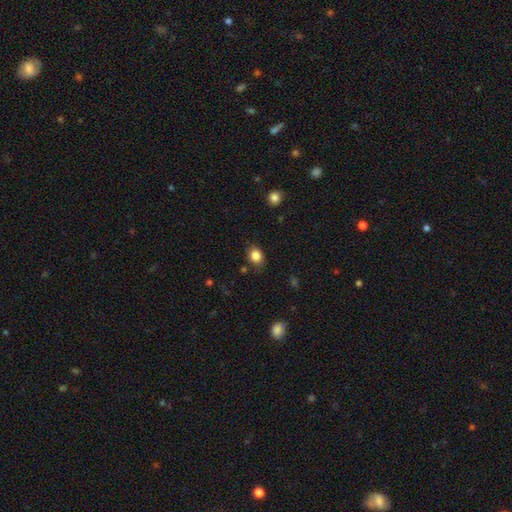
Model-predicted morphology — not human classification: A smooth galaxy with no disk features (84%) that is in between round and cigar-shaped (52%).

Vote fractions:
- Smooth or featured? smooth: 84% / star or artifact: 10% / featured or disk: 6%
- How rounded? in between: 52% / round: 47% / cigar-shaped: 1%
- Merging? none: 76% / minor disturbance: 18% / major disturbance: 4% / merger: 2%